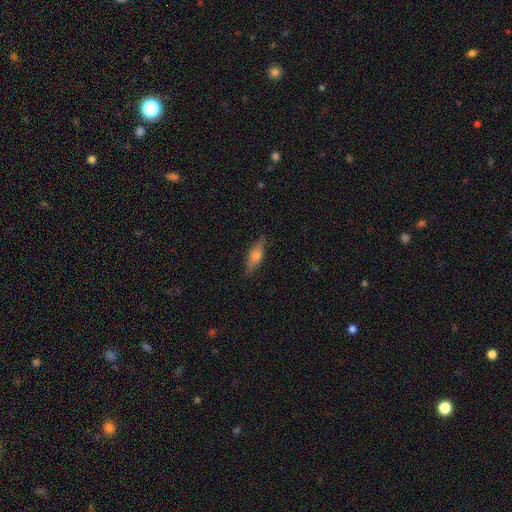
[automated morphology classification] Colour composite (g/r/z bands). It shows a featured or disk galaxy (48%). Merging: none (86%).